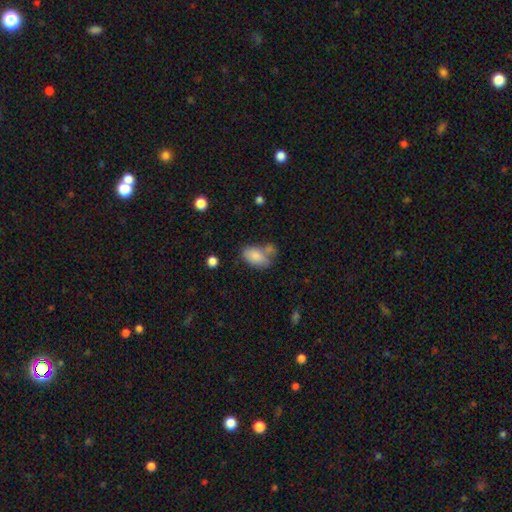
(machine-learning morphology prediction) Q: Smooth or featured?
A: smooth (82%); runner-up: featured or disk (10%)
Q: How rounded?
A: in between (91%); runner-up: round (7%)
Q: Merging?
A: none (42%); runner-up: merger (27%)